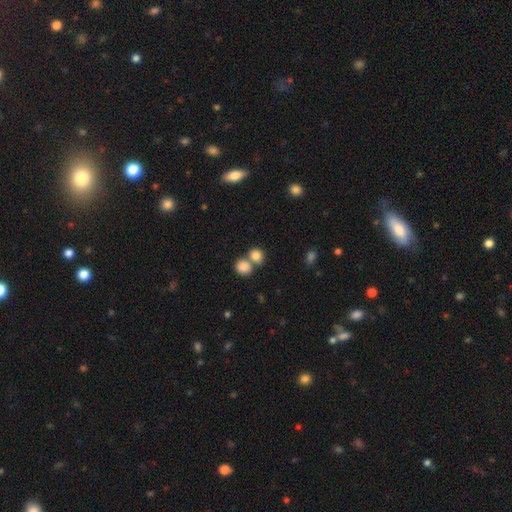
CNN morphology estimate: Q: Smooth or featured?
A: smooth (84%); runner-up: star or artifact (10%)
Q: How rounded?
A: round (76%); runner-up: in between (23%)
Q: Merging?
A: none (46%); runner-up: merger (43%)